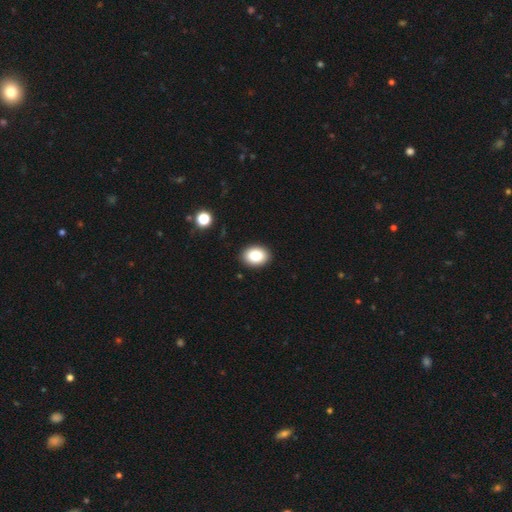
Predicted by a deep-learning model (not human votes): A smooth galaxy with no disk features (86%) that is in between round and cigar-shaped (72%).

Vote fractions:
- Smooth or featured? smooth: 86% / star or artifact: 8% / featured or disk: 6%
- How rounded? in between: 72% / round: 27% / cigar-shaped: 1%
- Merging? none: 90% / minor disturbance: 7% / major disturbance: 2% / merger: 1%